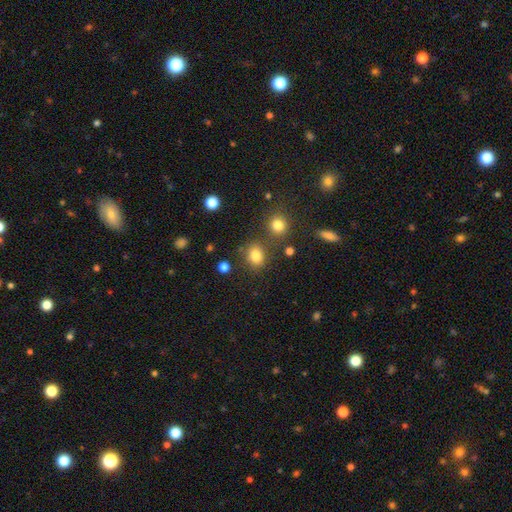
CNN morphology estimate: type=smooth (81%); roundness=round (56%); merging=none (73%).